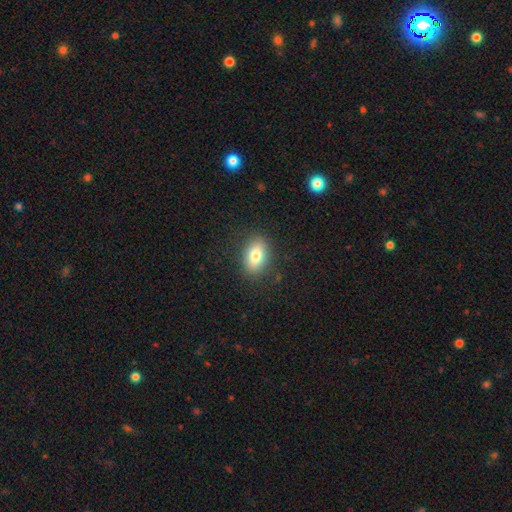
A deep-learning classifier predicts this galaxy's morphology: Smooth or featured? smooth (78%)
How rounded? in between (84%)
Merging? none (86%)